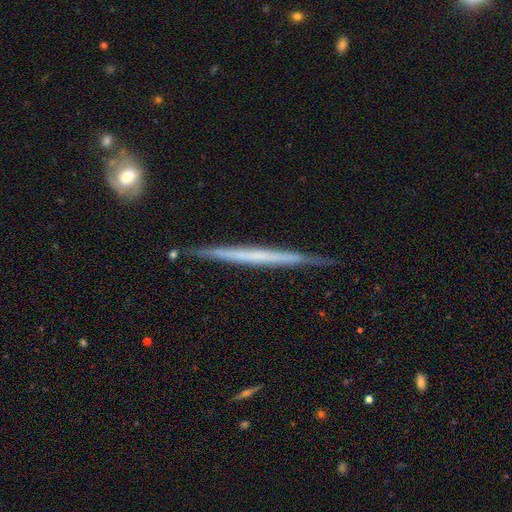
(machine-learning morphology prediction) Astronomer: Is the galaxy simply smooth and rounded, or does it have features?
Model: featured or disk — 64%.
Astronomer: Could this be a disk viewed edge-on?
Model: yes — 97%.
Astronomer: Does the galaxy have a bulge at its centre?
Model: none — 87%.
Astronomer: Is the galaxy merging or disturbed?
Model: none — 88%.